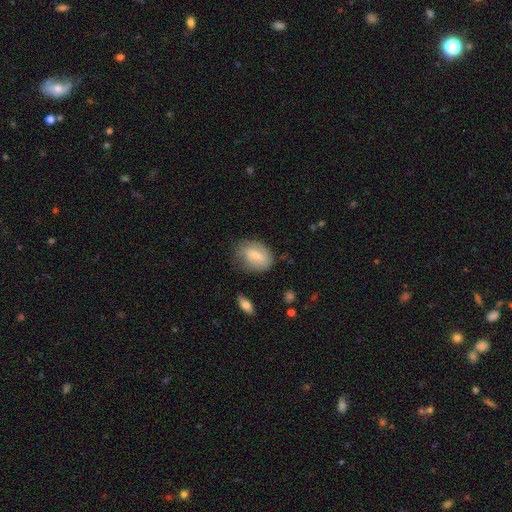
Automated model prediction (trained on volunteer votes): This appears to be a smooth galaxy with no disk features (56%) that is in between round and cigar-shaped (73%). Merging: none (64%).